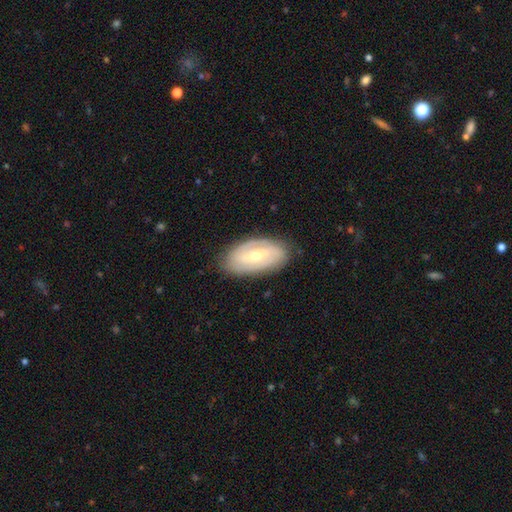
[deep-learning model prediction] Smooth or featured: featured or disk — 74% (smooth — 20%)
Edge-on disk: no — 92% (yes — 8%)
Bar: weak — 44% (strong — 30%)
Spiral arms: yes — 84% (no — 16%)
Spiral winding: tight — 51% (medium — 34%)
Spiral arm count: 2 — 63% (can't tell — 23%)
Bulge size: moderate — 49% (small — 48%)
Merging: none — 83% (minor disturbance — 13%)